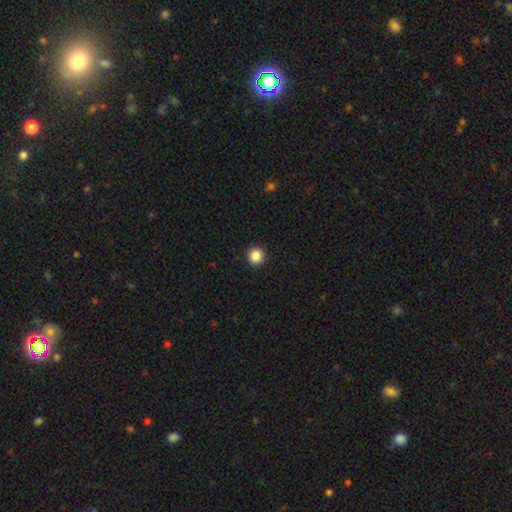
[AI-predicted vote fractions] Smooth or featured?
  - smooth: 87% *
  - star or artifact: 10%
  - featured or disk: 3%
How rounded?
  - round: 95% *
  - in between: 4%
  - cigar-shaped: 1%
Merging?
  - none: 93% *
  - minor disturbance: 4%
  - major disturbance: 2%
  - merger: 1%